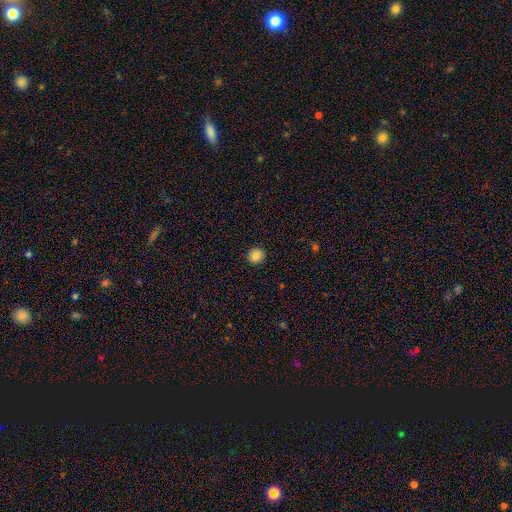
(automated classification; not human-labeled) This appears to be a smooth galaxy with no disk features (85%) that is round (93%). Merging: none (92%).